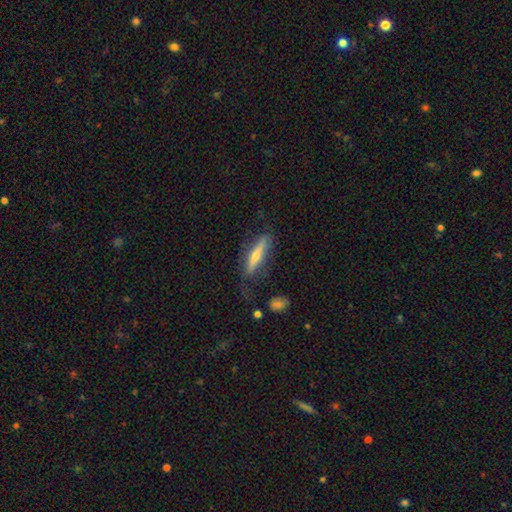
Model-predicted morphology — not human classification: Smooth or featured?
  - featured or disk: 50% *
  - smooth: 43%
  - star or artifact: 7%
Merging?
  - none: 71% *
  - minor disturbance: 19%
  - major disturbance: 8%
  - merger: 2%